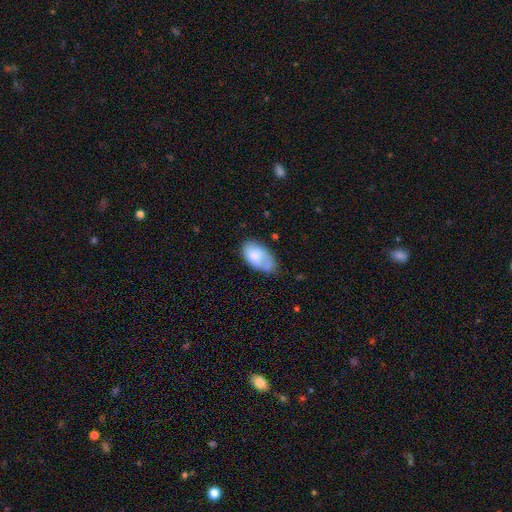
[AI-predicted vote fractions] Overall: smooth (70%). How rounded: in between (94%). Merging: none (48%; minor disturbance 34%).